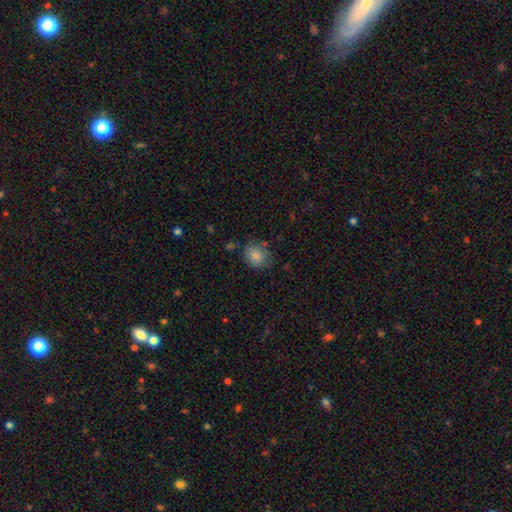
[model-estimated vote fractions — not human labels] smooth-or-featured: smooth: 84% | star or artifact: 9% | featured or disk: 7%
  how-rounded: round: 55% | in between: 44% | cigar-shaped: 1%
  merging: none: 71% | minor disturbance: 20% | major disturbance: 5% | merger: 4%